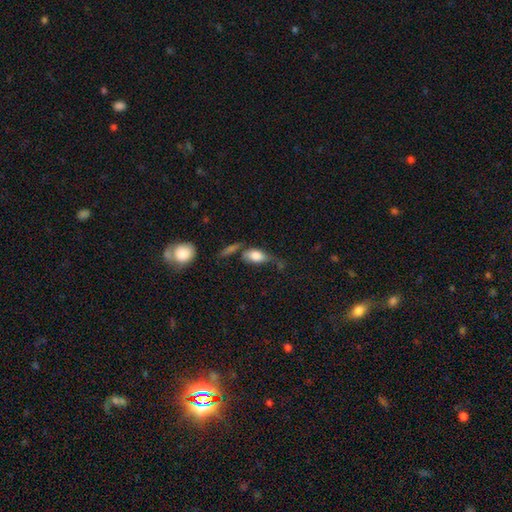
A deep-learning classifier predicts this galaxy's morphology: Smooth or featured?
  - smooth: 71% *
  - featured or disk: 20%
  - star or artifact: 9%
How rounded?
  - in between: 83% *
  - cigar-shaped: 9%
  - round: 8%
Merging?
  - none: 40% *
  - minor disturbance: 26%
  - major disturbance: 18%
  - merger: 16%